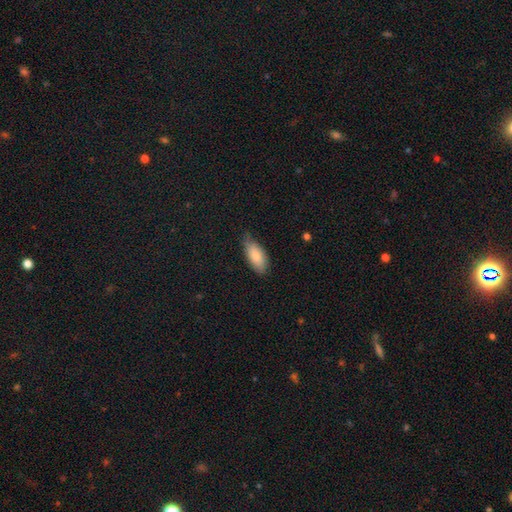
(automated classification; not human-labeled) A smooth galaxy with no disk features (81%) that is in between round and cigar-shaped (89%).

Vote fractions:
- Smooth or featured? smooth: 81% / featured or disk: 13% / star or artifact: 6%
- How rounded? in between: 89% / cigar-shaped: 9% / round: 2%
- Merging? none: 59% / minor disturbance: 34% / major disturbance: 5% / merger: 1%